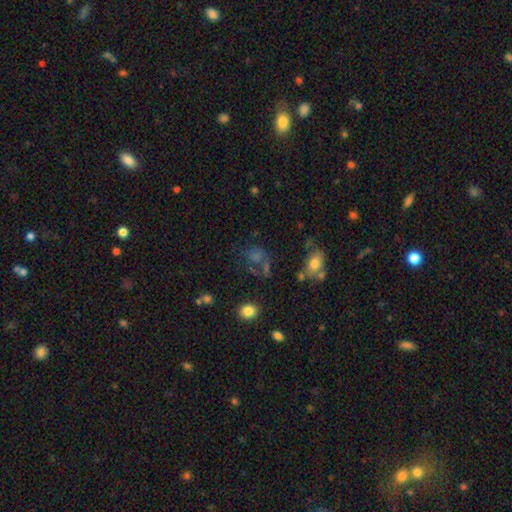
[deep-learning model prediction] Smooth or featured? Predicted: smooth (p=0.43). Merging? Predicted: none (p=0.51).